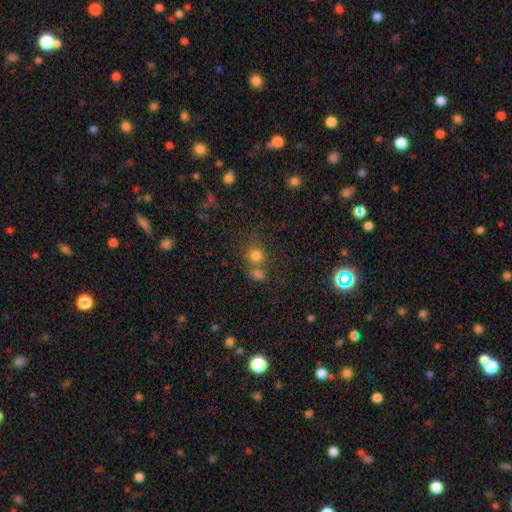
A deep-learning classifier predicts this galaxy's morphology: smooth 76%, star or artifact 15%, featured or disk 8%. Down the decision tree: how rounded — round (85%); merging — none (51%).